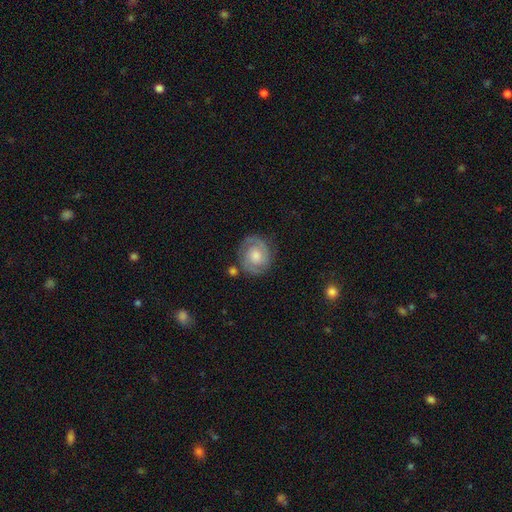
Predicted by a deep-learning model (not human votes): featured or disk 77%, smooth 16%, star or artifact 6%. Down the decision tree: edge-on disk — no (98%); bar — no (68%); spiral arms — yes (94%); spiral arm count — 2 (82%); spiral winding — tight (60%); bulge size — moderate (49%); merging — none (78%).